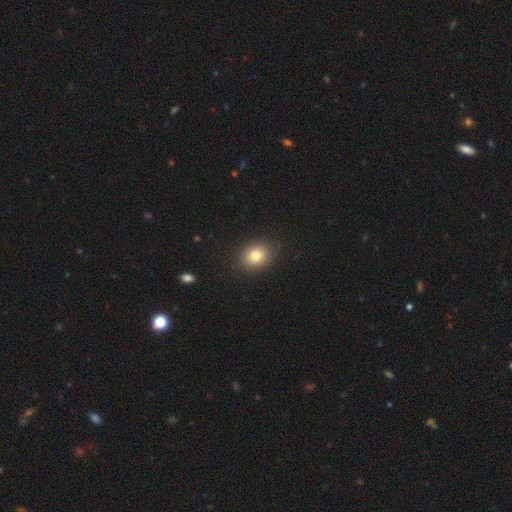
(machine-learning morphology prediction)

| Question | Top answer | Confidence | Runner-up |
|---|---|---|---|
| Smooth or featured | smooth | 80% | star or artifact (11%) |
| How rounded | round | 56% | in between (43%) |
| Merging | none | 89% | minor disturbance (8%) |